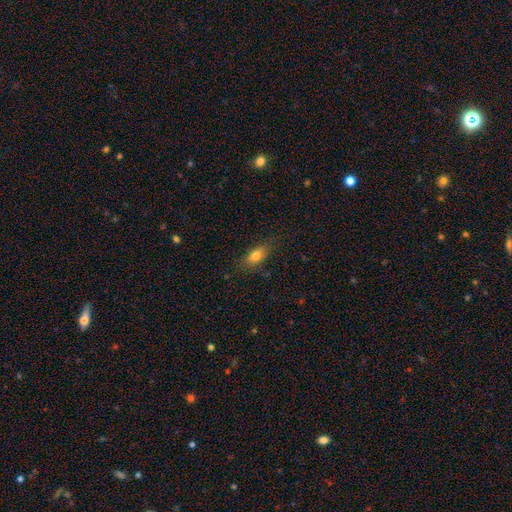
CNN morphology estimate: Overall: smooth (78%). How rounded: in between (81%). Merging: none (78%).